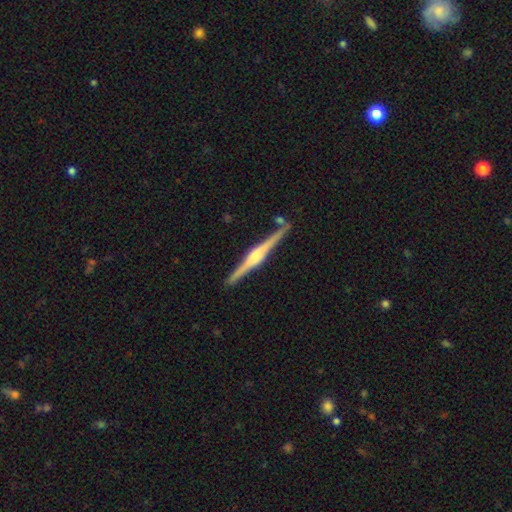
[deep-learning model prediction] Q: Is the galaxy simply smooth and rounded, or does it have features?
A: featured or disk — 85%.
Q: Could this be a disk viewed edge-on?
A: yes — 99%.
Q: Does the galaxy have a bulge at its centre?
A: rounded — 77%.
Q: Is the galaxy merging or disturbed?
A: none — 89%.